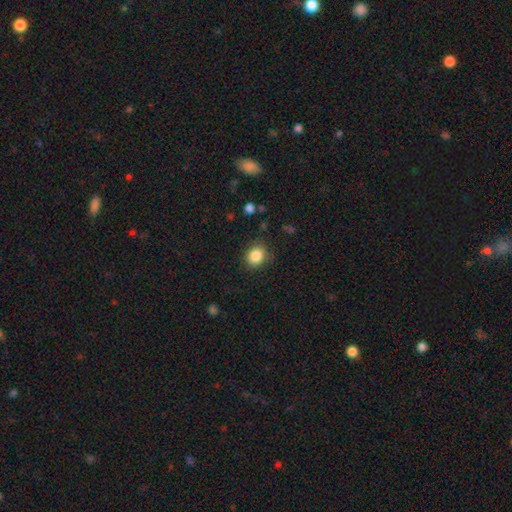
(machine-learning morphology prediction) Overall: smooth (86%). How rounded: round (67%; in between 32%). Merging: none (83%).